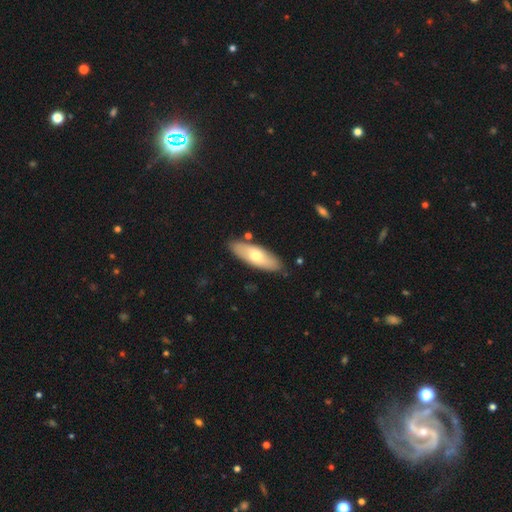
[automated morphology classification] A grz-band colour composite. It shows a smooth galaxy with no disk features (60%) that is in between round and cigar-shaped (65%). Merging: none (85%).